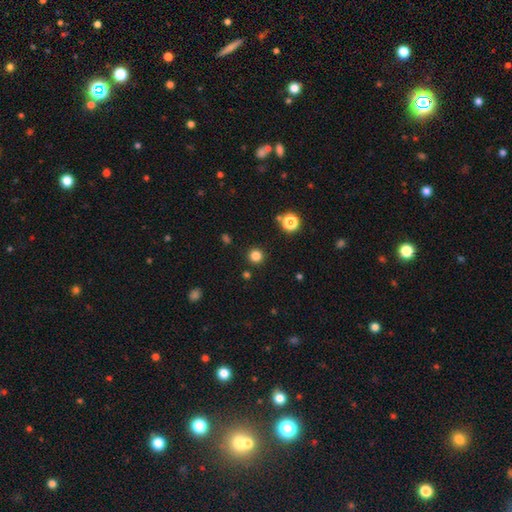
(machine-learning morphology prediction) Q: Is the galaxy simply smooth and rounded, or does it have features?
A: smooth — 82%.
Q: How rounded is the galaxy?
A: round — 95%.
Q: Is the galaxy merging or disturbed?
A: none — 91%.